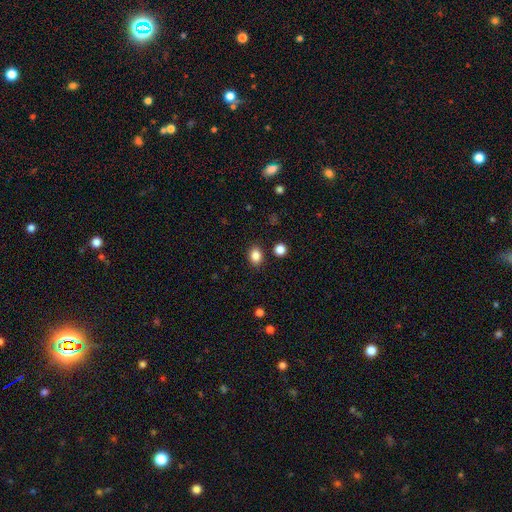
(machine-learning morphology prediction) Smooth or featured? smooth (86%)
How rounded? in between (53%)
Merging? none (86%)